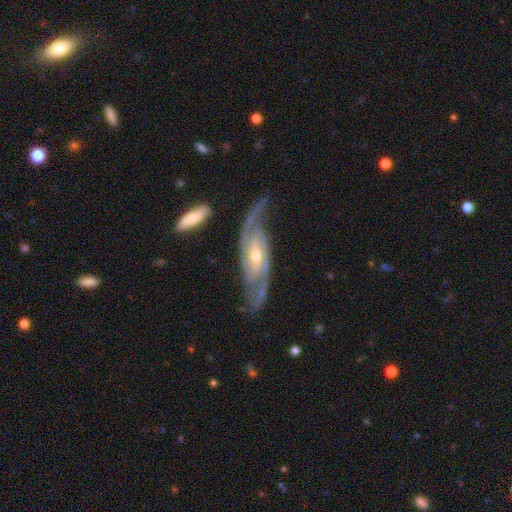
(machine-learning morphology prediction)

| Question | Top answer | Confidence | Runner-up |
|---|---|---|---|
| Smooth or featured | featured or disk | 91% | star or artifact (5%) |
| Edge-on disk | no | 91% | yes (9%) |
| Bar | weak | 42% | no (37%) |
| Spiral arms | yes | 98% | no (2%) |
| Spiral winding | medium | 47% | tight (36%) |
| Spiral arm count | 2 | 84% | can't tell (6%) |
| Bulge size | moderate | 49% | small (47%) |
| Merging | none | 75% | minor disturbance (16%) |